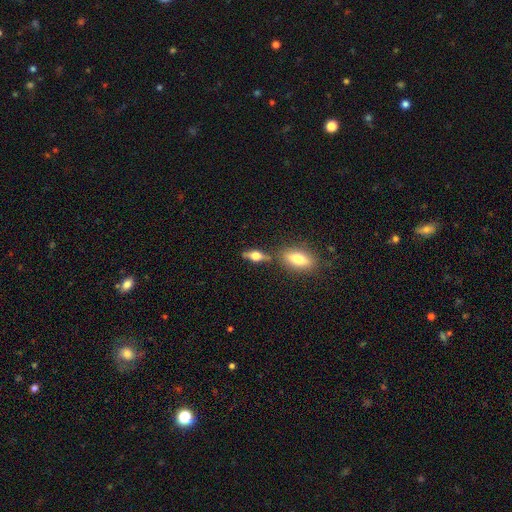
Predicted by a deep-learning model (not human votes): This is possibly a smooth galaxy (46%). Merging: likely none (67%).